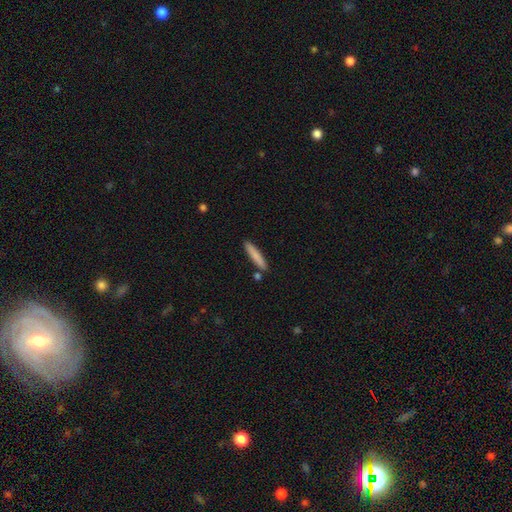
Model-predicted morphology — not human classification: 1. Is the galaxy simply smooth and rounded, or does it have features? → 82% smooth, 12% featured or disk, 6% star or artifact.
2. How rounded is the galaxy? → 90% cigar-shaped, 8% in between, 1% round.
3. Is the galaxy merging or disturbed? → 84% none, 9% minor disturbance, 5% merger, 2% major disturbance.